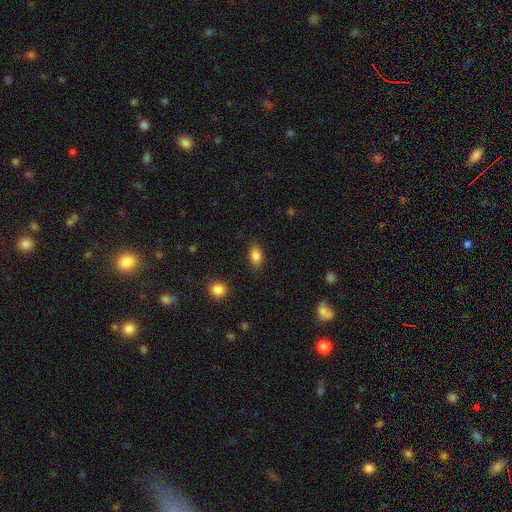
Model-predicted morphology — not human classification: smooth-or-featured: smooth: 84% | star or artifact: 9% | featured or disk: 7%
  how-rounded: in between: 87% | round: 8% | cigar-shaped: 6%
  merging: none: 85% | minor disturbance: 11% | major disturbance: 3% | merger: 1%